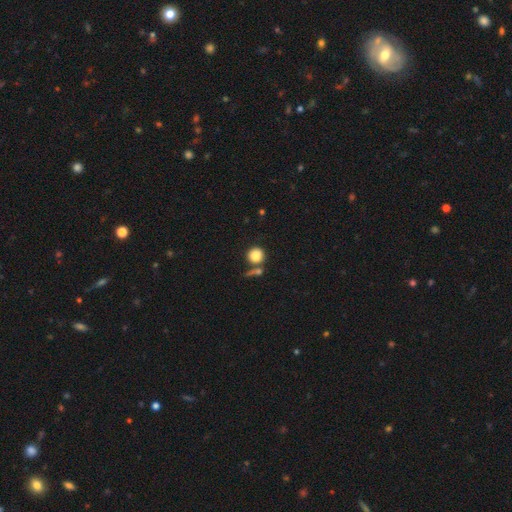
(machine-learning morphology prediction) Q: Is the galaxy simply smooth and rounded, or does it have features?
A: smooth — 85%.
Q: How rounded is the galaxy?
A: round — 88%.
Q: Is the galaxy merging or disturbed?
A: none — 60%.